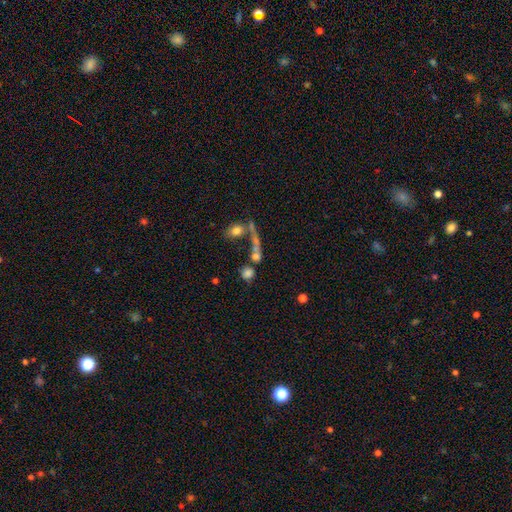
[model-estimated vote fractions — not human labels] This is possibly a smooth galaxy (59%). How rounded: possibly round (55%). Merging: marginally merger (40%).